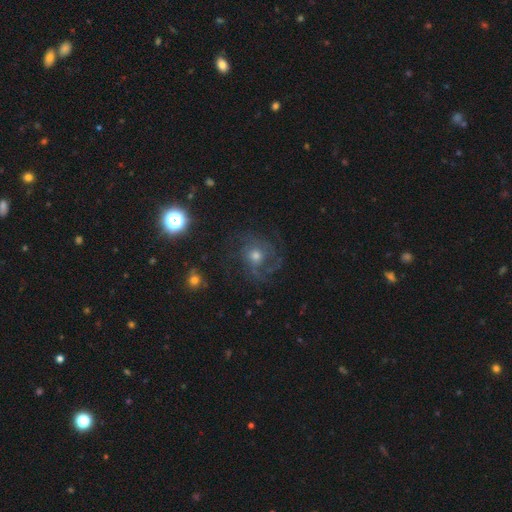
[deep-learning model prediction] Smooth or featured: featured or disk — 71% (smooth — 16%)
Edge-on disk: no — 98% (yes — 2%)
Bar: no — 78% (weak — 19%)
Spiral arms: yes — 91% (no — 9%)
Spiral winding: medium — 44% (tight — 41%)
Spiral arm count: 3 — 29% (can't tell — 27%)
Bulge size: moderate — 61% (small — 28%)
Merging: none — 67% (major disturbance — 16%)